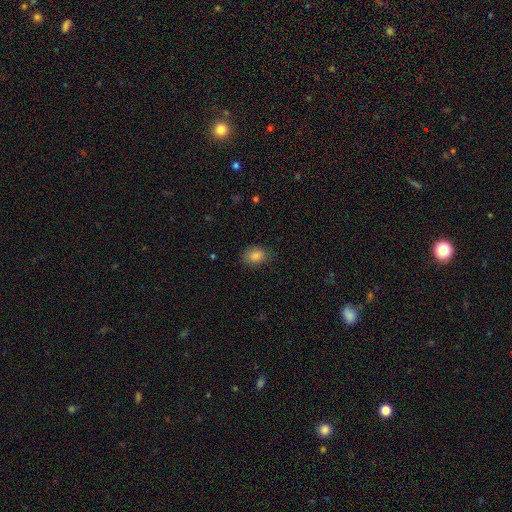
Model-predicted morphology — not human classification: Smooth or featured?
  - smooth: 84% *
  - star or artifact: 10%
  - featured or disk: 6%
How rounded?
  - in between: 71% *
  - round: 27%
  - cigar-shaped: 1%
Merging?
  - none: 81% *
  - minor disturbance: 15%
  - major disturbance: 3%
  - merger: 1%